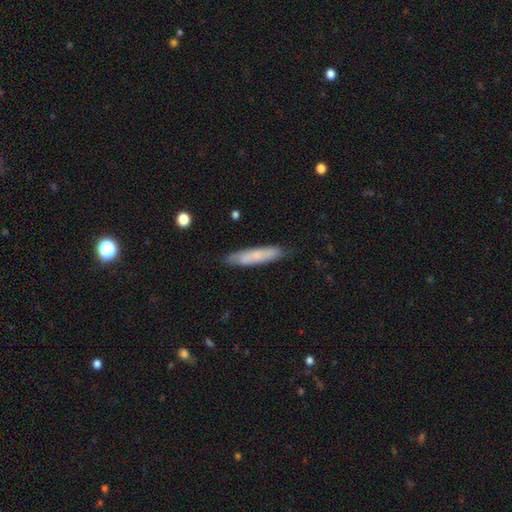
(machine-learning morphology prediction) smooth 68%, featured or disk 25%, star or artifact 6%. Down the decision tree: how rounded — cigar-shaped (85%); merging — none (83%).